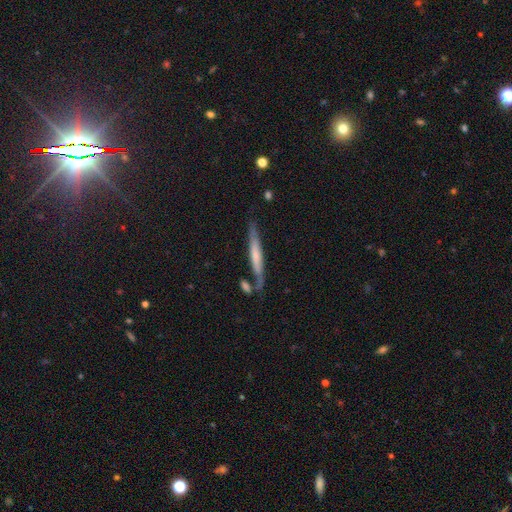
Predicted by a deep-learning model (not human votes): The model was most divided on "smooth or featured" (2-way tie): featured or disk: 47%, smooth: 47%, star or artifact: 6%. More confident: merging — none (67%).